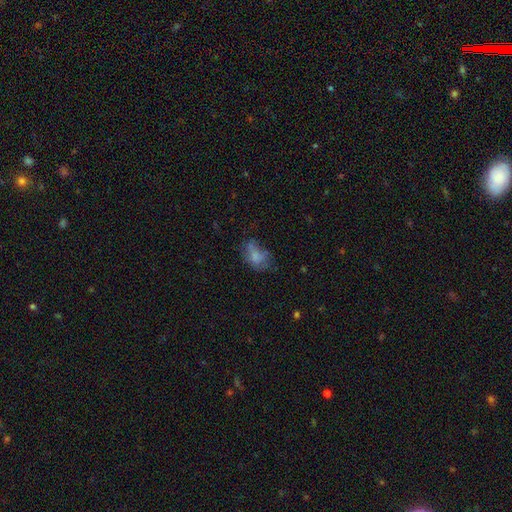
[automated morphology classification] Smooth or featured?
  - smooth: 60% *
  - featured or disk: 27%
  - star or artifact: 13%
How rounded?
  - in between: 82% *
  - round: 15%
  - cigar-shaped: 3%
Merging?
  - none: 40% *
  - major disturbance: 28%
  - minor disturbance: 28%
  - merger: 5%